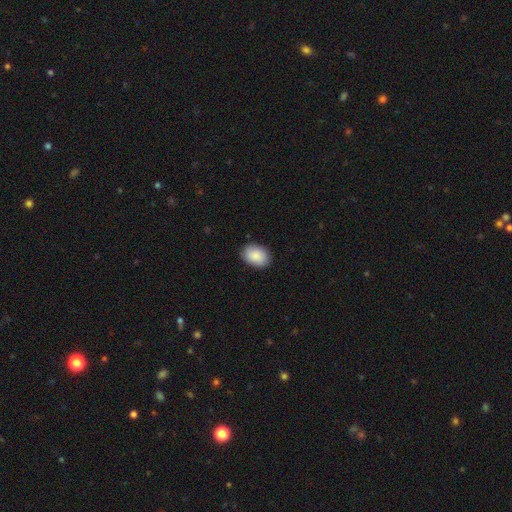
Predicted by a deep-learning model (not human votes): The model was most divided on "how rounded": in between: 80%, round: 19%, cigar-shaped: 1%. More confident: smooth or featured — smooth (89%); merging — none (87%).